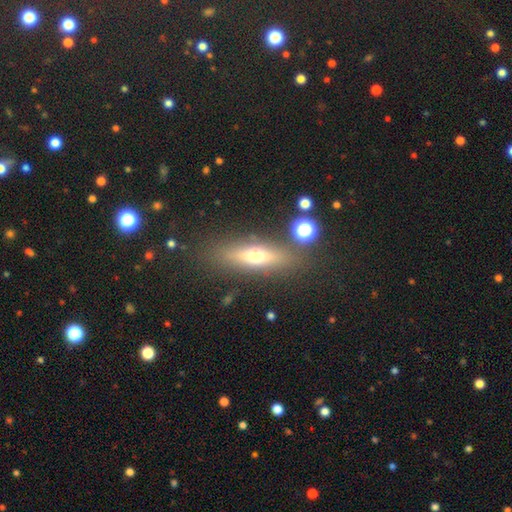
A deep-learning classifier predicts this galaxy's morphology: type=featured or disk (47%); merging=none (82%).